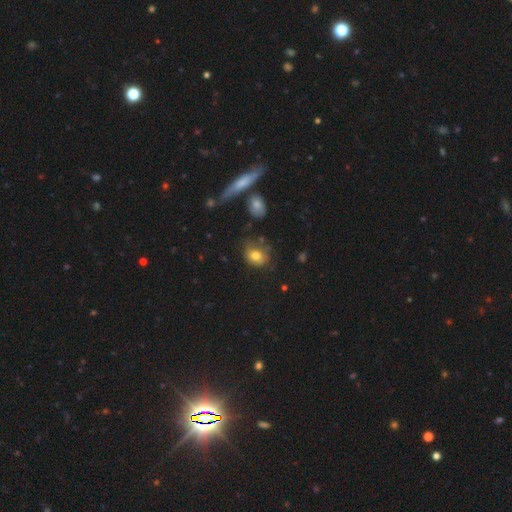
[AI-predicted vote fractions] The model was most divided on "how rounded": in between: 50%, round: 49%, cigar-shaped: 1%. More confident: smooth or featured — smooth (74%); merging — none (52%).